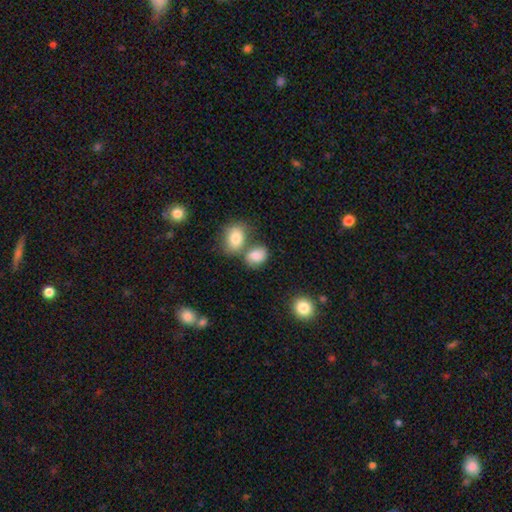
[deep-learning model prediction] smooth-or-featured: smooth: 80% | featured or disk: 10% | star or artifact: 9%
  how-rounded: in between: 69% | round: 29% | cigar-shaped: 1%
  merging: none: 47% | merger: 33% | minor disturbance: 15% | major disturbance: 5%